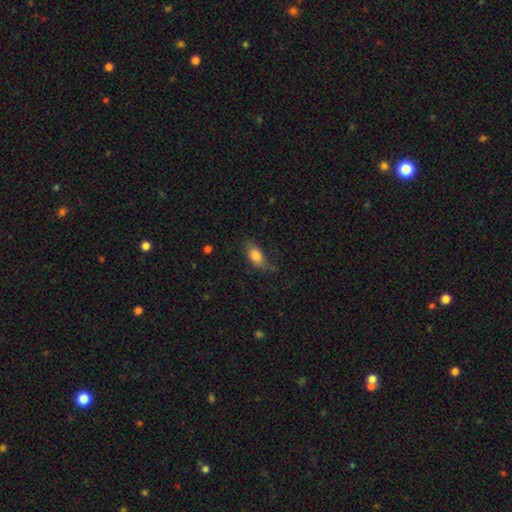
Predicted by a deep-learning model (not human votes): A smooth galaxy with no disk features (78%) that is in between round and cigar-shaped (85%). Merging: none (57%).